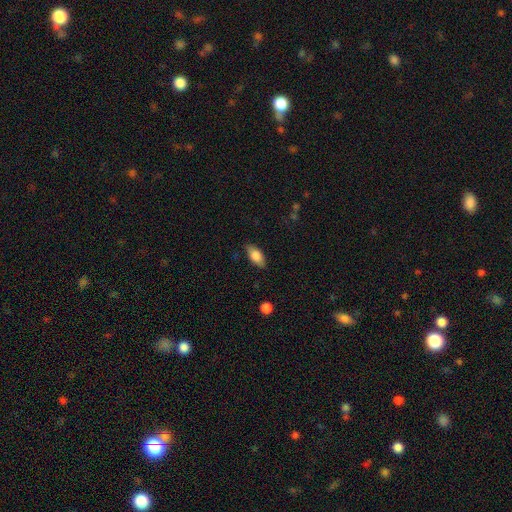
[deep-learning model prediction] A smooth galaxy with no disk features (79%) that is in between round and cigar-shaped (88%). Merging: none (82%).